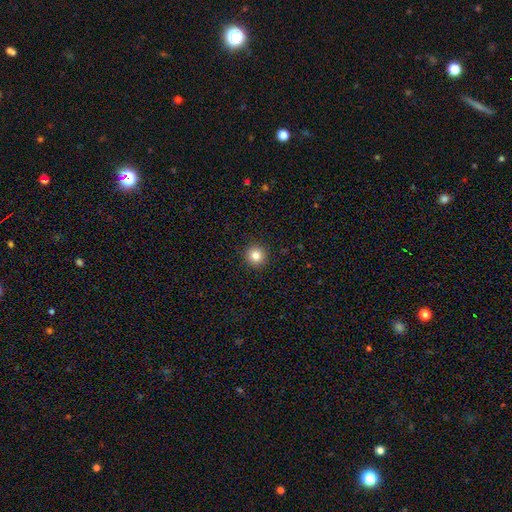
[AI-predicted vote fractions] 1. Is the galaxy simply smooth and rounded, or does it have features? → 83% smooth, 11% star or artifact, 6% featured or disk.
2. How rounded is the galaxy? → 95% round, 4% in between, 1% cigar-shaped.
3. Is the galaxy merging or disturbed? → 93% none, 5% minor disturbance, 2% major disturbance, 1% merger.